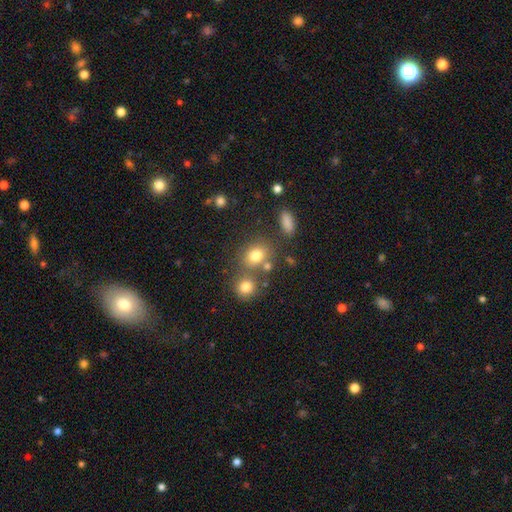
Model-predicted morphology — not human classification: A smooth galaxy with no disk features (76%) that is round (60%). Merging: none (60%).